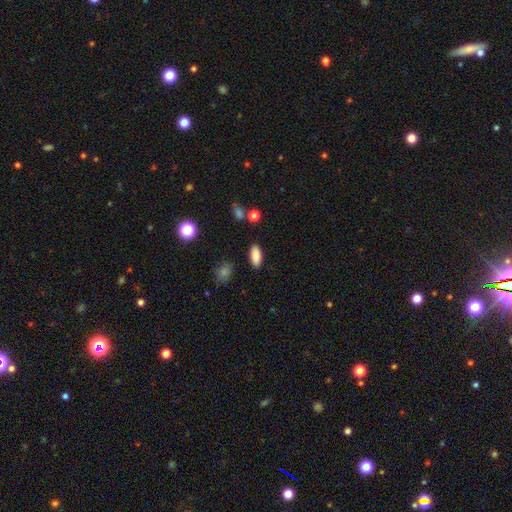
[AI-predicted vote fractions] Smooth or featured: smooth — 86% (star or artifact — 8%)
How rounded: in between — 84% (cigar-shaped — 13%)
Merging: none — 88% (minor disturbance — 8%)